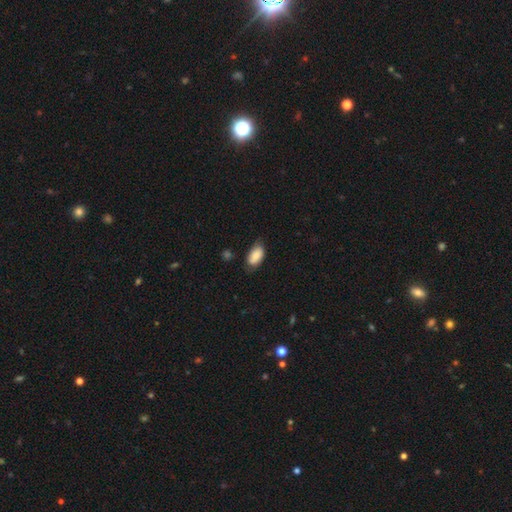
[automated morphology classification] smooth_or_featured: smooth (p=0.83) [alt: featured or disk p=0.11]
how_rounded: in between (p=0.94) [alt: round p=0.04]
merging: none (p=0.66) [alt: minor disturbance p=0.27]